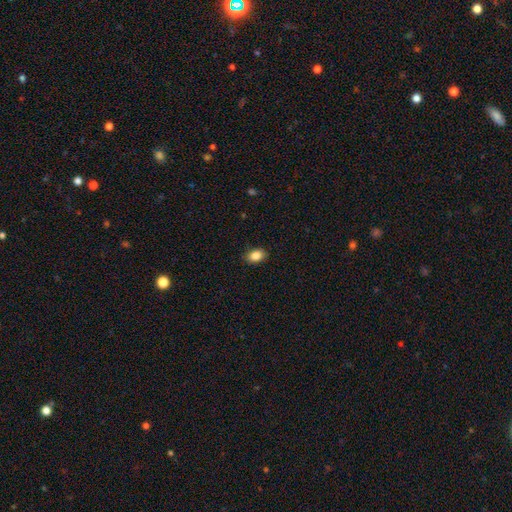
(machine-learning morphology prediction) This is clearly a smooth galaxy (86%). How rounded: likely in between (80%). Merging: clearly none (87%).